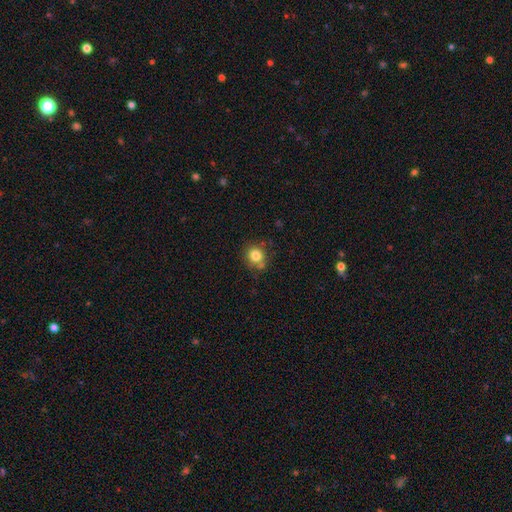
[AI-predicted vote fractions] This appears to be a smooth galaxy with no disk features (81%) that is round (87%). Merging: none (71%).